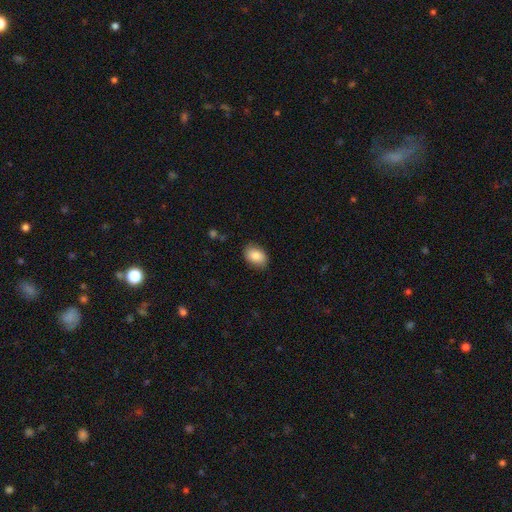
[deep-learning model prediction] This is clearly a smooth galaxy (85%). How rounded: clearly in between (82%). Merging: clearly none (83%).